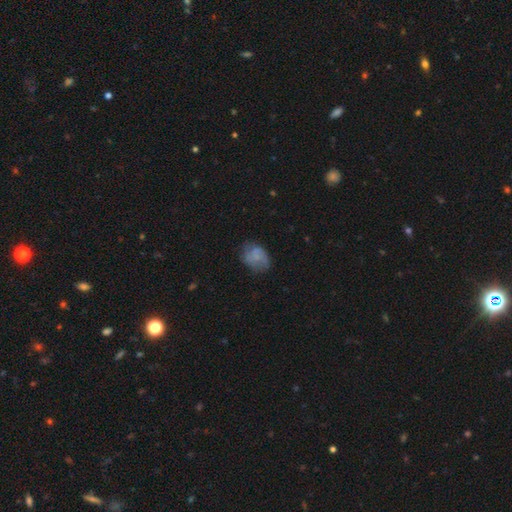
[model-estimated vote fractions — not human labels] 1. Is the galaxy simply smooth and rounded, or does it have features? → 57% smooth, 33% featured or disk, 10% star or artifact.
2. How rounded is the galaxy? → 65% in between, 34% round, 1% cigar-shaped.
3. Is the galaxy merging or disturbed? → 57% none, 28% minor disturbance, 14% major disturbance, 2% merger.